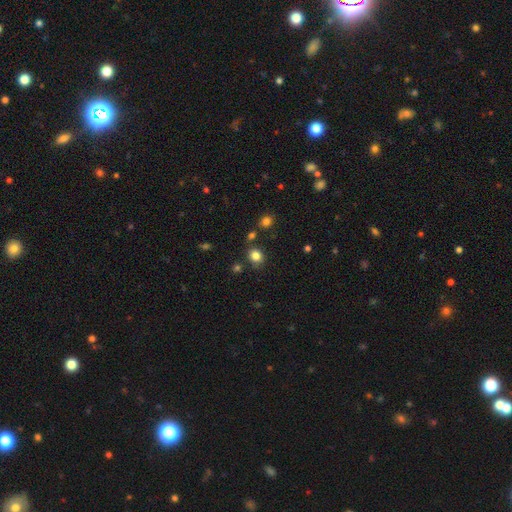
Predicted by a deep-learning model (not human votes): smooth 82%, star or artifact 13%, featured or disk 5%. Down the decision tree: how rounded — round (65%); merging — none (80%).